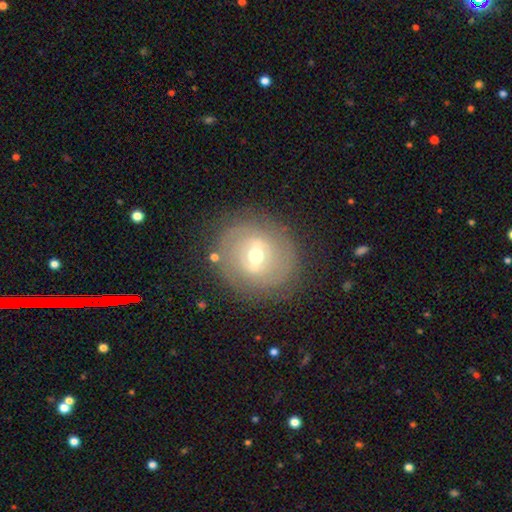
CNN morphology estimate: smooth-or-featured: featured or disk: 74% | smooth: 19% | star or artifact: 7%
  disk-edge-on: no: 93% | yes: 7%
    bar: weak: 45% | strong: 41% | no: 14%
    has-spiral-arms: yes: 57% | no: 43%
    bulge-size: moderate: 65% | small: 29% | large: 4% | dominant: 1% | none: 1%
  merging: none: 80% | minor disturbance: 13% | major disturbance: 5% | merger: 2%